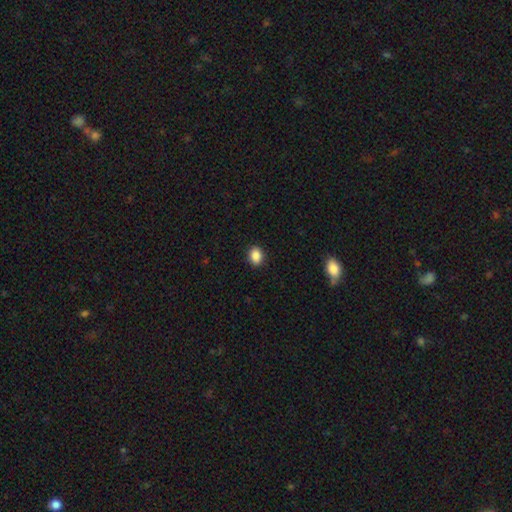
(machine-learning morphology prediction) smooth_or_featured: smooth (p=0.88) [alt: star or artifact p=0.09]
how_rounded: in between (p=0.52) [alt: round p=0.47]
merging: none (p=0.91) [alt: minor disturbance p=0.06]